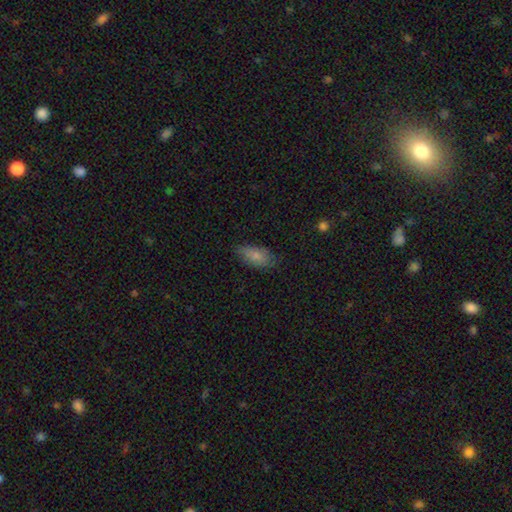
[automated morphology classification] A smooth galaxy with no disk features (81%) that is in between round and cigar-shaped (89%).

Vote fractions:
- Smooth or featured? smooth: 81% / featured or disk: 12% / star or artifact: 7%
- How rounded? in between: 89% / cigar-shaped: 8% / round: 3%
- Merging? none: 71% / minor disturbance: 23% / major disturbance: 4% / merger: 1%